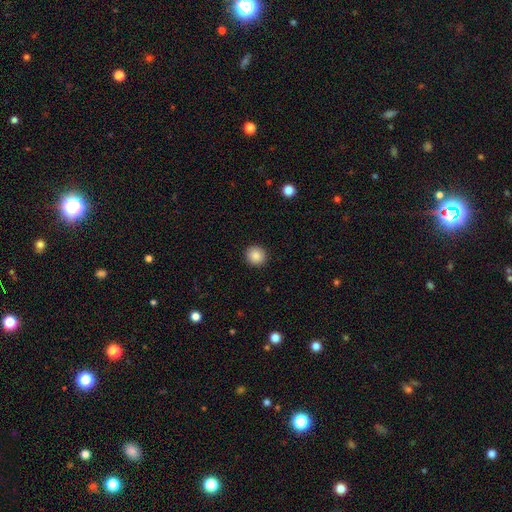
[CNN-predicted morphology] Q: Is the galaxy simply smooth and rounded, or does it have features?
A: smooth — 88%.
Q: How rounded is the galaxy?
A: round — 90%.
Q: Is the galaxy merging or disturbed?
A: none — 92%.